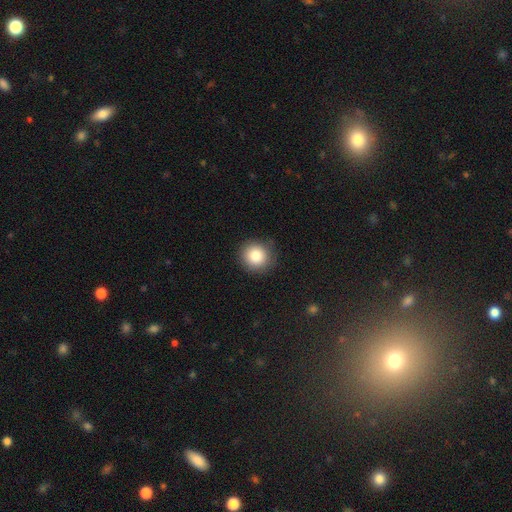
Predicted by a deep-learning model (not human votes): Morphology: type=smooth (84%); roundness=round (91%); merging=none (86%).